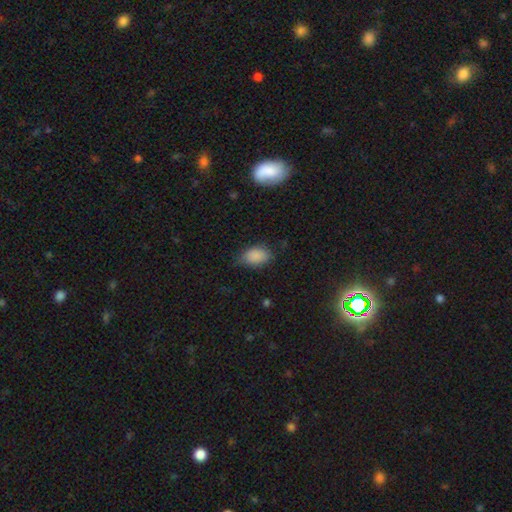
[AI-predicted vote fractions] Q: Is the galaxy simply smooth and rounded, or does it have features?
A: smooth — 85%.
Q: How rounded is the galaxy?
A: in between — 85%.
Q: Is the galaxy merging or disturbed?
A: none — 64%.